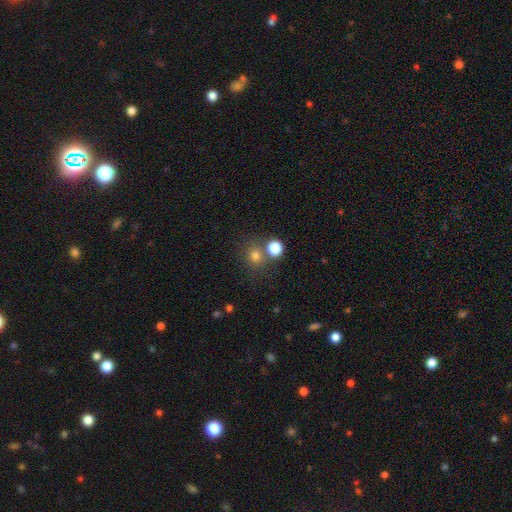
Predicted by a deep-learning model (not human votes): smooth_or_featured: smooth (p=0.76) [alt: star or artifact p=0.16]
how_rounded: round (p=0.86) [alt: in between p=0.13]
merging: none (p=0.65) [alt: merger p=0.23]